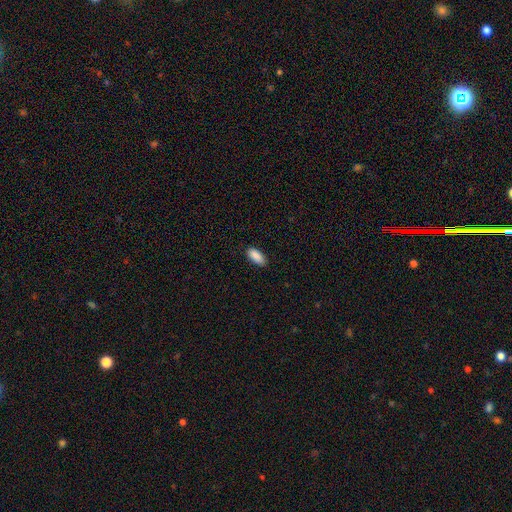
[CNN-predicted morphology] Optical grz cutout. It shows a smooth galaxy with no disk features (90%) that is in between round and cigar-shaped (89%). Merging: none (85%).